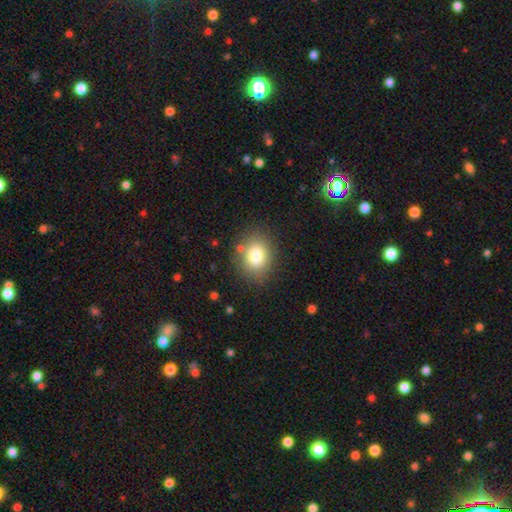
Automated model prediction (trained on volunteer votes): smooth_or_featured: smooth (p=0.79) [alt: star or artifact p=0.11]
how_rounded: round (p=0.50) [alt: in between p=0.49]
merging: none (p=0.81) [alt: minor disturbance p=0.12]